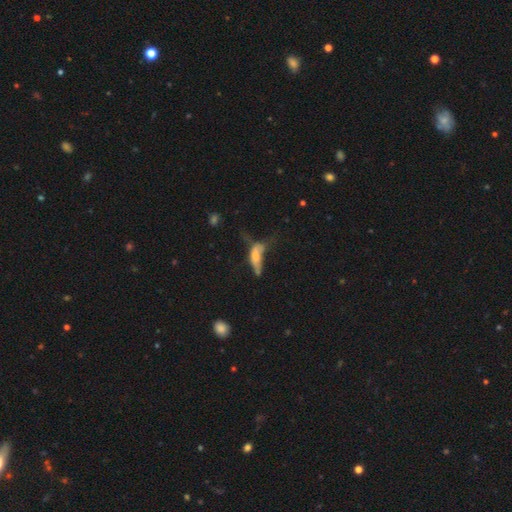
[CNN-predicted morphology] This appears to be a smooth galaxy with no disk features (54%) that is in between round and cigar-shaped (54%). Merging: major disturbance (42%).